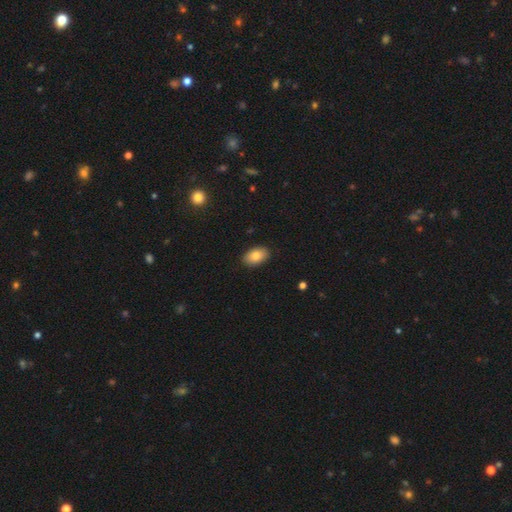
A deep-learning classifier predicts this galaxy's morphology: Smooth or featured?
  - smooth: 84% *
  - featured or disk: 9%
  - star or artifact: 7%
How rounded?
  - in between: 91% *
  - round: 7%
  - cigar-shaped: 1%
Merging?
  - none: 89% *
  - minor disturbance: 8%
  - major disturbance: 2%
  - merger: 1%